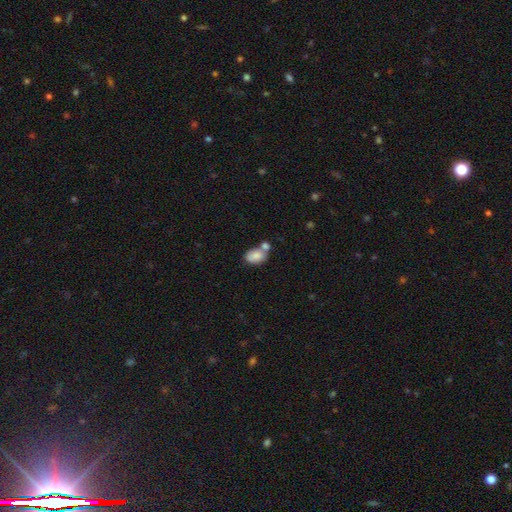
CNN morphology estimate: smooth_or_featured: smooth (p=0.83) [alt: featured or disk p=0.10]
how_rounded: in between (p=0.83) [alt: round p=0.16]
merging: merger (p=0.45) [alt: none p=0.38]